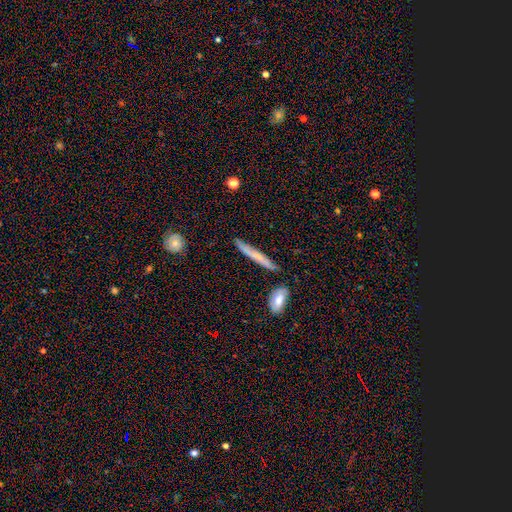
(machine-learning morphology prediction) smooth 54%, featured or disk 39%, star or artifact 7%. Down the decision tree: how rounded — cigar-shaped (94%); merging — none (83%).